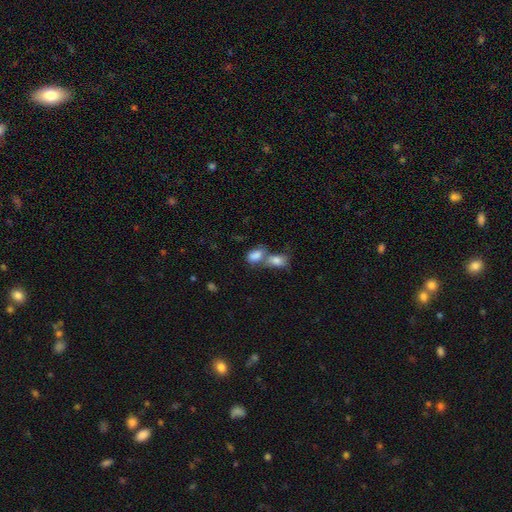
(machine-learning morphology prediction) Overall: smooth (81%). How rounded: in between (86%). Merging: merger (66%).